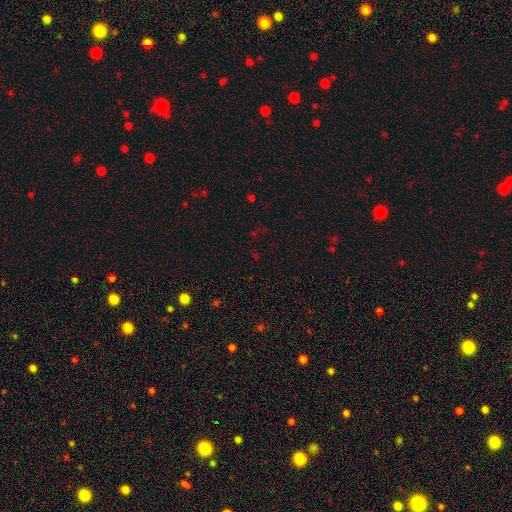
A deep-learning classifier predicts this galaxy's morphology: smooth-or-featured: star or artifact: 64% | smooth: 28% | featured or disk: 8%